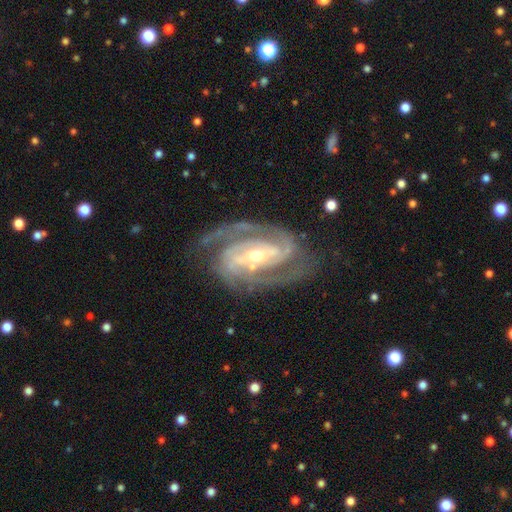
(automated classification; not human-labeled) Smooth or featured? Predicted: featured or disk (p=0.92). Edge-on disk? Predicted: no (p=0.97). Bar? Predicted: strong (p=0.47). Spiral arms? Predicted: yes (p=0.98). Spiral winding? Predicted: tight (p=0.54). Spiral arm count? Predicted: 2 (p=0.59). Bulge size? Predicted: small (p=0.48, tied with moderate). Merging? Predicted: none (p=0.74).